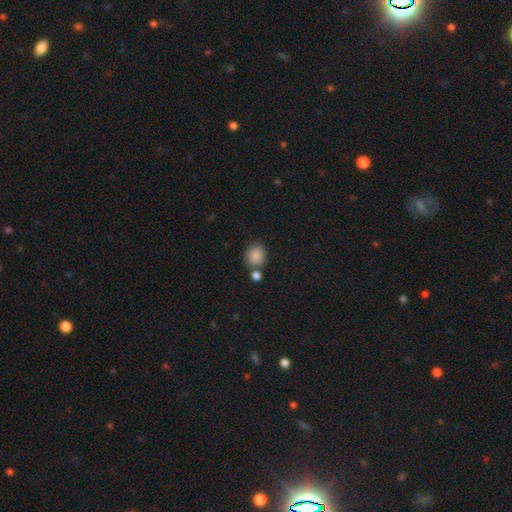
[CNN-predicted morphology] Overall: smooth (87%). How rounded: round (81%). Merging: none (67%).